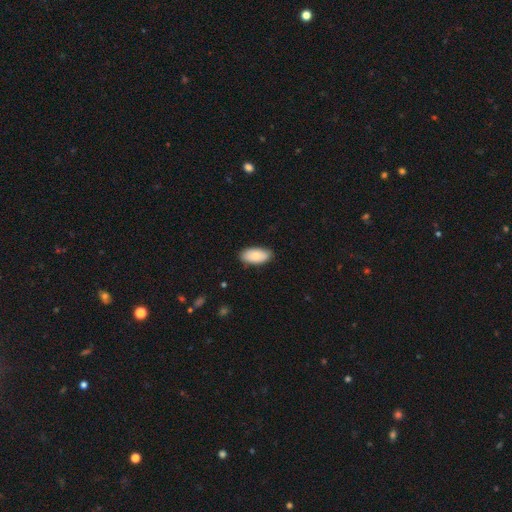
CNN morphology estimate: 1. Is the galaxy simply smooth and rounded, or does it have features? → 79% smooth, 15% featured or disk, 6% star or artifact.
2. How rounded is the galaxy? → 94% in between, 3% cigar-shaped, 3% round.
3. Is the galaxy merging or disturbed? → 85% none, 12% minor disturbance, 2% major disturbance, 1% merger.